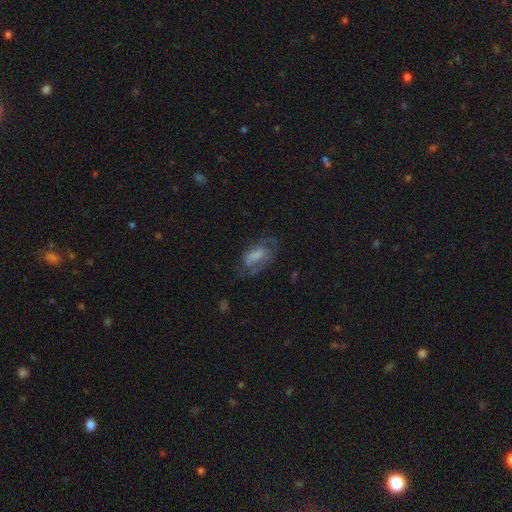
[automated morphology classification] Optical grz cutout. It shows a smooth galaxy with no disk features (49%). Merging: none (46%).